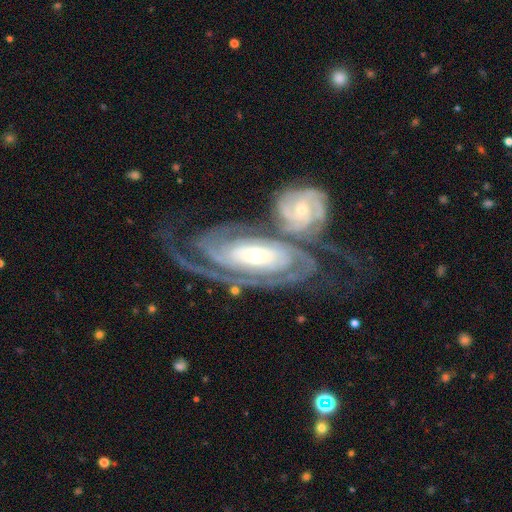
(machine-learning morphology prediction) Smooth or featured? featured or disk (89%)
Edge-on disk? no (94%)
Bar? no (61%)
Spiral arms? yes (96%)
Spiral winding? tight (68%)
Spiral arm count? 2 (51%)
Bulge size? small (46%, tied with moderate)
Merging? merger (45%)